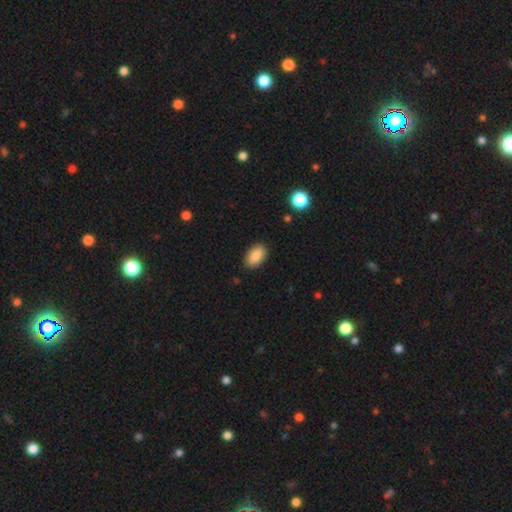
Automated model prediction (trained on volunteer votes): A smooth galaxy with no disk features (88%) that is in between round and cigar-shaped (92%).

Vote fractions:
- Smooth or featured? smooth: 88% / star or artifact: 7% / featured or disk: 5%
- How rounded? in between: 92% / round: 6% / cigar-shaped: 2%
- Merging? none: 86% / minor disturbance: 10% / major disturbance: 2% / merger: 1%